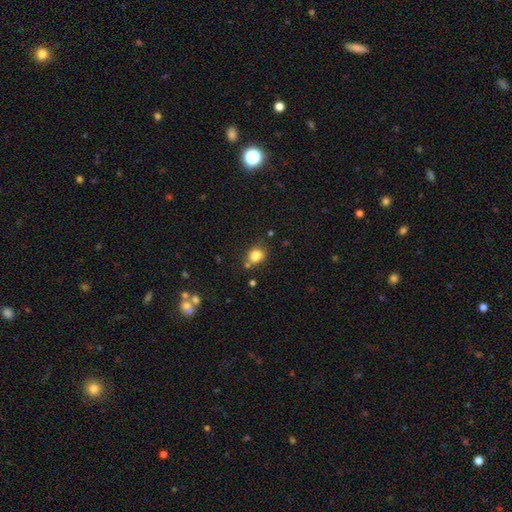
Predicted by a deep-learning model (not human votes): A smooth galaxy with no disk features (82%) that is round (61%). Merging: none (65%).